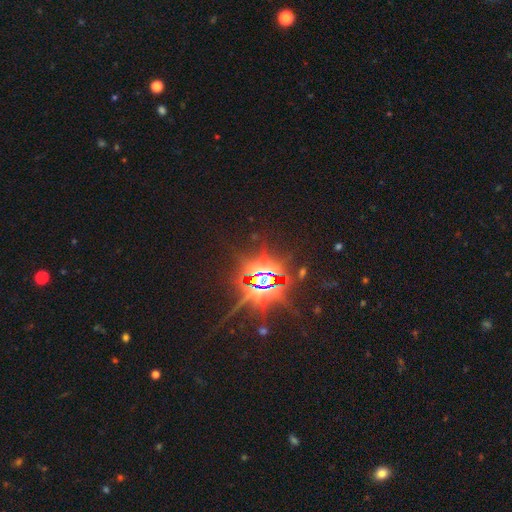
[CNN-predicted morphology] star or artifact 88%, smooth 6%, featured or disk 6%.